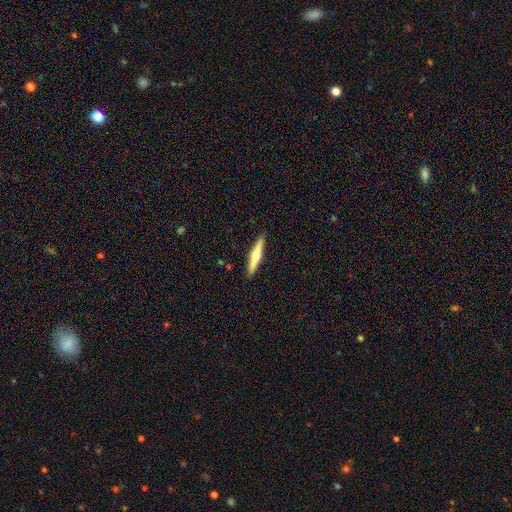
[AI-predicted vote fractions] smooth_or_featured: featured or disk (p=0.55) [alt: smooth p=0.40]
disk_edge_on: yes (p=0.97) [alt: no p=0.03]
edge_on_bulge: rounded (p=0.89) [alt: none p=0.07]
merging: none (p=0.91) [alt: minor disturbance p=0.07]